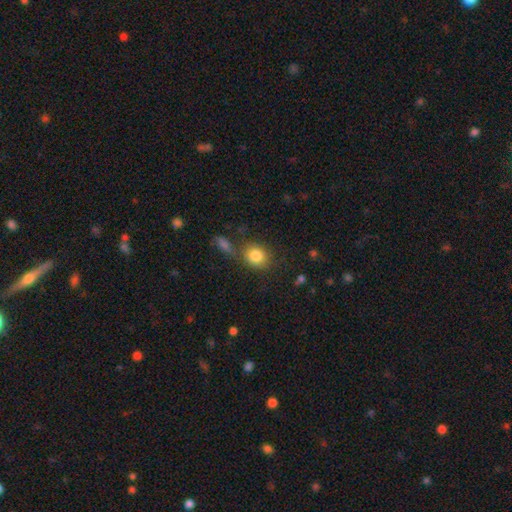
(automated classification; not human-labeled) The model was most divided on "how rounded": round: 67%, in between: 32%, cigar-shaped: 1%. More confident: smooth or featured — smooth (83%); merging — none (71%).